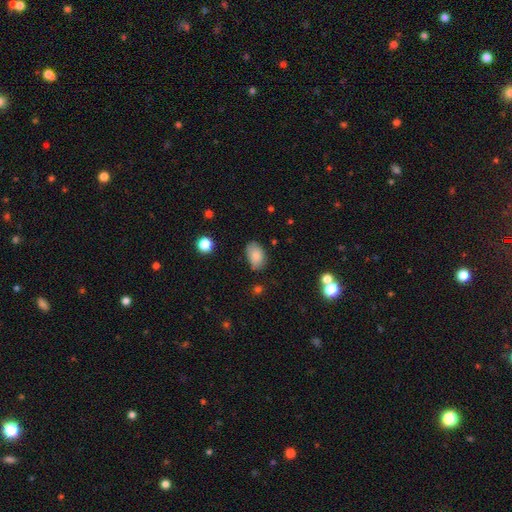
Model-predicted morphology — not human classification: This appears to be a smooth galaxy with no disk features (83%) that is in between round and cigar-shaped (89%). Merging: none (73%).